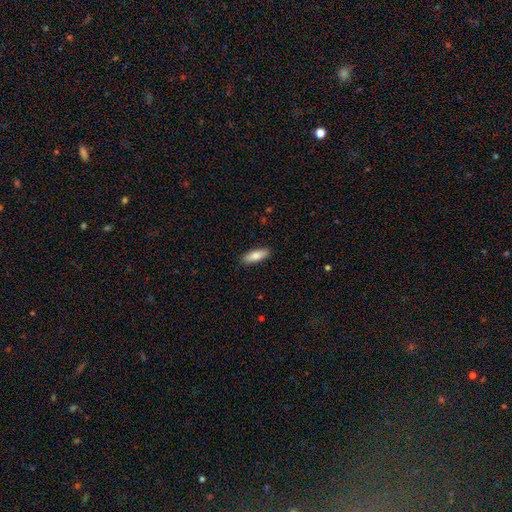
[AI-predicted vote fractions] Smooth or featured?
  - smooth: 82% *
  - featured or disk: 12%
  - star or artifact: 6%
How rounded?
  - in between: 65% *
  - cigar-shaped: 33%
  - round: 2%
Merging?
  - none: 89% *
  - minor disturbance: 8%
  - major disturbance: 2%
  - merger: 1%